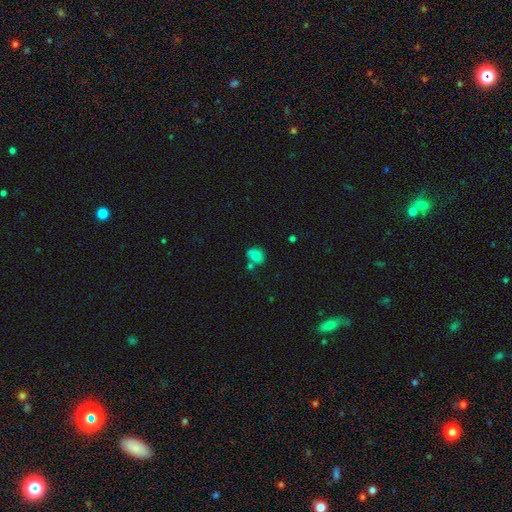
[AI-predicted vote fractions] The model was most divided on "how rounded": round: 61%, in between: 38%, cigar-shaped: 1%. More confident: smooth or featured — smooth (76%); merging — none (51%).